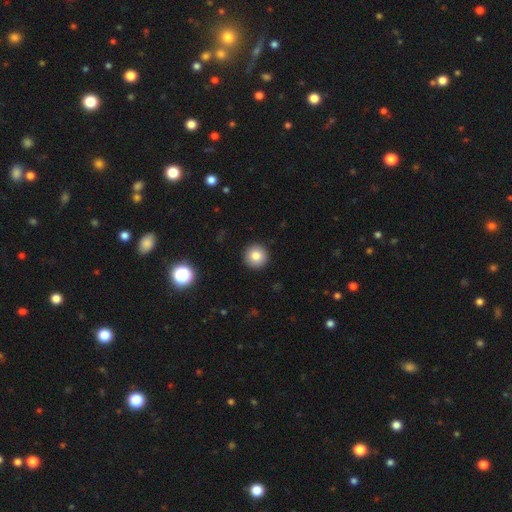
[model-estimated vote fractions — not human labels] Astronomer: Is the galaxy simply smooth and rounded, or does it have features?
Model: smooth — 83%.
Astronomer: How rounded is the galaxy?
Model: round — 96%.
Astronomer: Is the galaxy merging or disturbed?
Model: none — 93%.